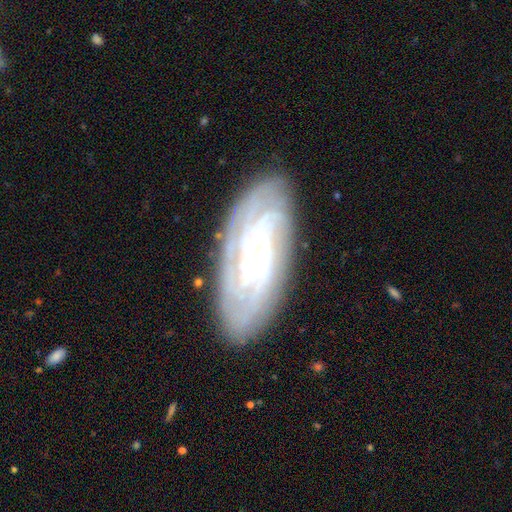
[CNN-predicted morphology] Overall: featured or disk (80%). Edge-on disk: no (92%). Bar: no (62%; weak 28%). Spiral arms: yes (96%). Spiral arm count: can't tell (36%; 4 19%). Spiral winding: tight (78%). Bulge size: small (67%). Merging: none (81%).